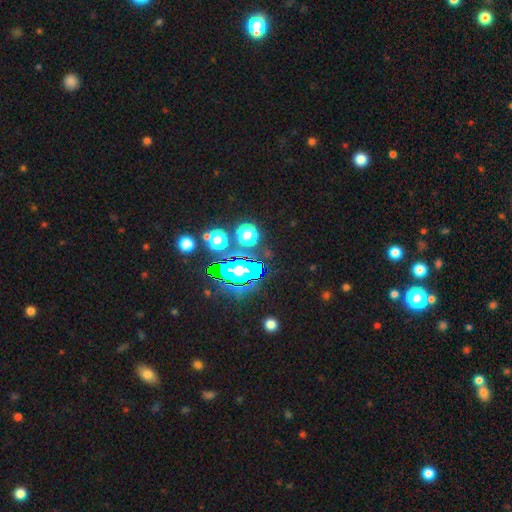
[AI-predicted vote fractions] The model was most divided on "smooth or featured": star or artifact: 81%, smooth: 11%, featured or disk: 8%.